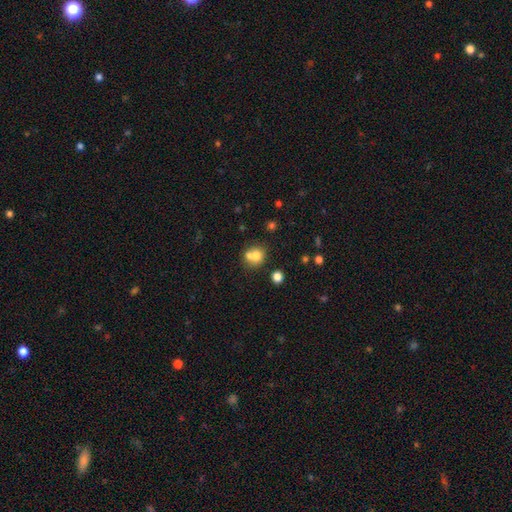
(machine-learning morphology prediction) Q: Smooth or featured?
A: smooth (73%); runner-up: featured or disk (15%)
Q: How rounded?
A: round (81%); runner-up: in between (18%)
Q: Merging?
A: merger (46%); runner-up: none (44%)